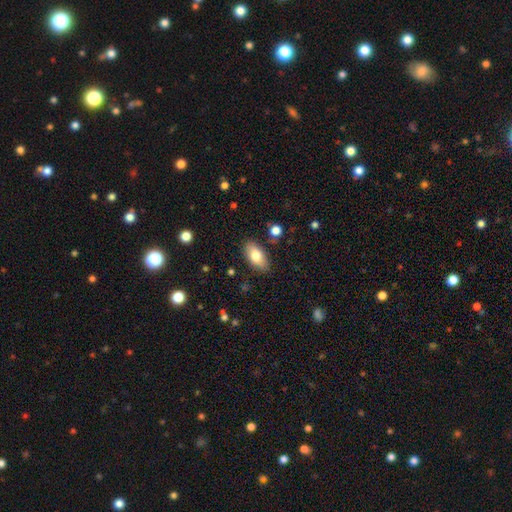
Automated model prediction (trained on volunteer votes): Smooth or featured? smooth (77%)
How rounded? in between (90%)
Merging? none (85%)